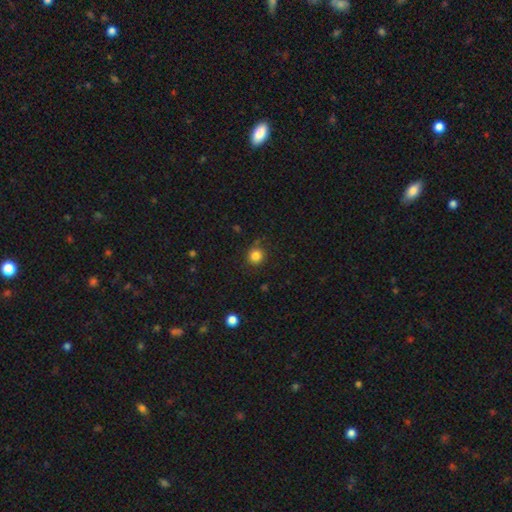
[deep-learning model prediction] A smooth galaxy with no disk features (84%) that is round (93%).

Vote fractions:
- Smooth or featured? smooth: 84% / star or artifact: 12% / featured or disk: 4%
- How rounded? round: 93% / in between: 6% / cigar-shaped: 1%
- Merging? none: 84% / minor disturbance: 10% / major disturbance: 3% / merger: 2%